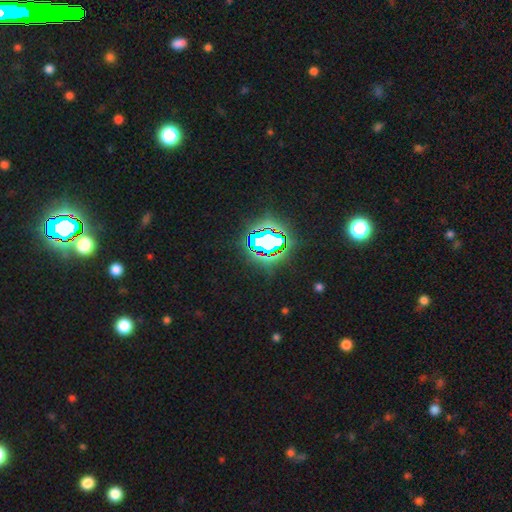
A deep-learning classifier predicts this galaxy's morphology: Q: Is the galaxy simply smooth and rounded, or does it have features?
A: star or artifact — 83%.